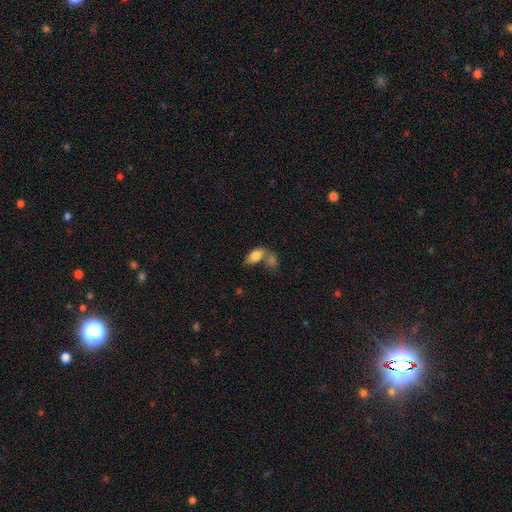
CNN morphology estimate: A smooth galaxy with no disk features (79%) that is in between round and cigar-shaped (89%).

Vote fractions:
- Smooth or featured? smooth: 79% / featured or disk: 13% / star or artifact: 8%
- How rounded? in between: 89% / round: 9% / cigar-shaped: 3%
- Merging? merger: 58% / none: 24% / minor disturbance: 10% / major disturbance: 8%